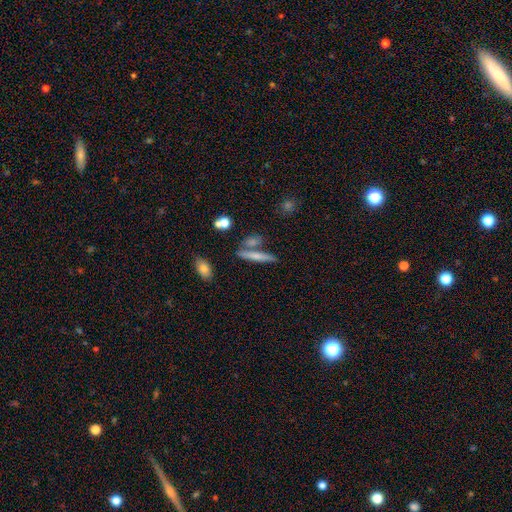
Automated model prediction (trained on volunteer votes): Morphology: type=smooth (63%); roundness=cigar-shaped (87%); merging=none (66%).